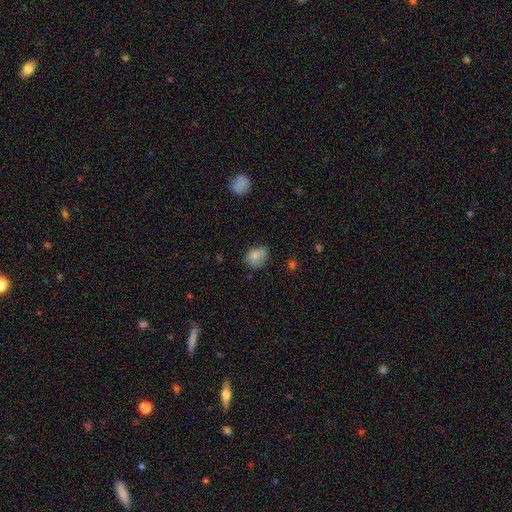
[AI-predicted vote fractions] This appears to be a smooth galaxy with no disk features (80%) that is in between round and cigar-shaped (52%). Merging: none (53%).